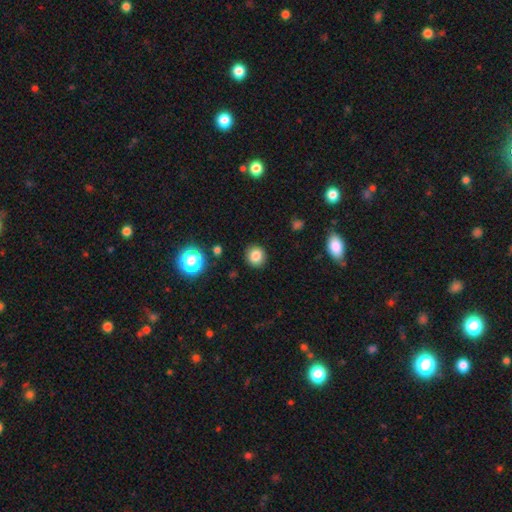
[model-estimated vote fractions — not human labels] A smooth galaxy with no disk features (82%) that is round (85%). Merging: none (90%).